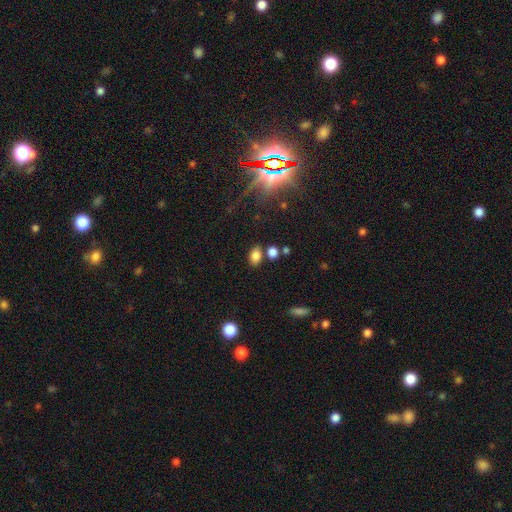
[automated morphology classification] Smooth or featured? smooth (81%)
How rounded? in between (81%)
Merging? none (73%)